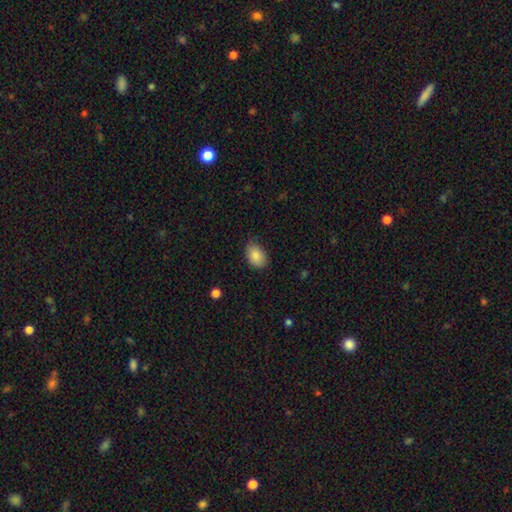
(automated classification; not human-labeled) This appears to be a smooth galaxy with no disk features (86%) that is in between round and cigar-shaped (84%). Merging: none (77%).